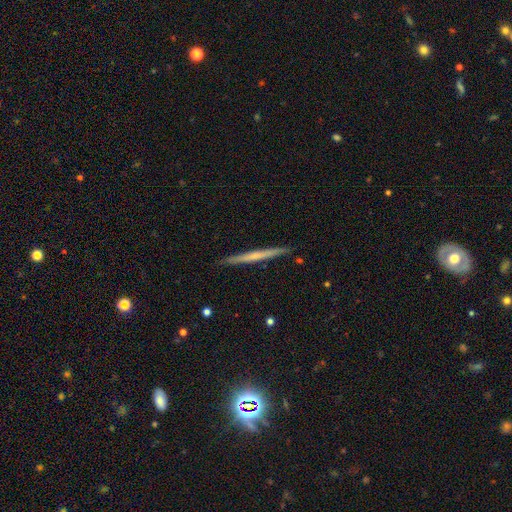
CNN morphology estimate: The model was most divided on "smooth or featured": featured or disk: 54%, smooth: 41%, star or artifact: 6%. More confident: edge-on disk — yes (98%); merging — none (91%); edge-on bulge — none (74%).